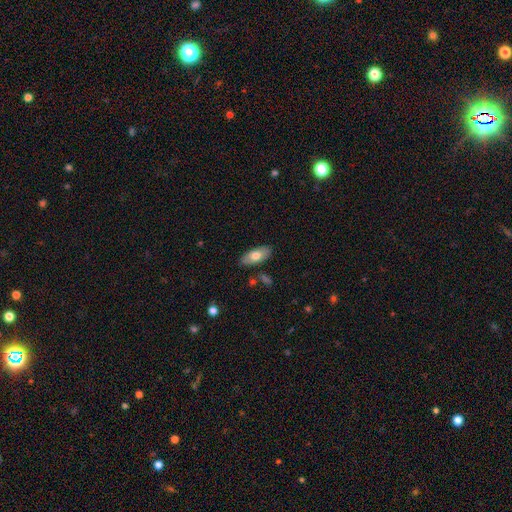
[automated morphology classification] A smooth galaxy with no disk features (69%) that is in between round and cigar-shaped (90%).

Vote fractions:
- Smooth or featured? smooth: 69% / featured or disk: 25% / star or artifact: 6%
- How rounded? in between: 90% / cigar-shaped: 7% / round: 3%
- Merging? none: 83% / minor disturbance: 12% / merger: 3% / major disturbance: 2%